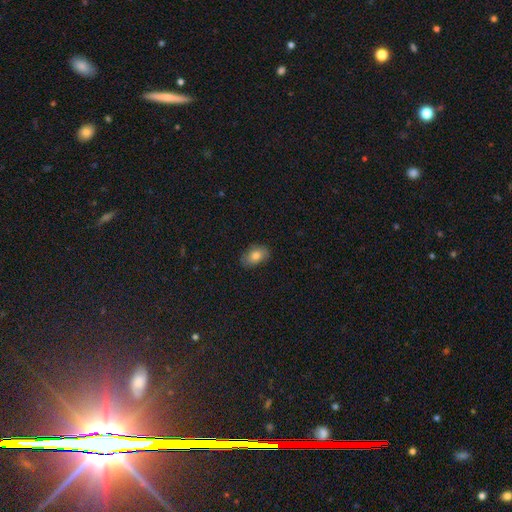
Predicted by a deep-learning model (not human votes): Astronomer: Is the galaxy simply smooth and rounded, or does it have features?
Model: smooth — 81%.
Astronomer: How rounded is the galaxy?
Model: in between — 86%.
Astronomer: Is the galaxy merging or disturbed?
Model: none — 84%.